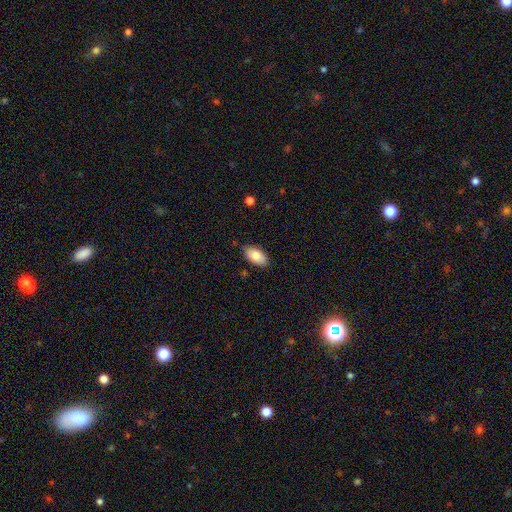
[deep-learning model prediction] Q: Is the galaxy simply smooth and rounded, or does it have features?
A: smooth — 80%.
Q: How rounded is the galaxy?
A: in between — 94%.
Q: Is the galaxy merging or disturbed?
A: none — 85%.